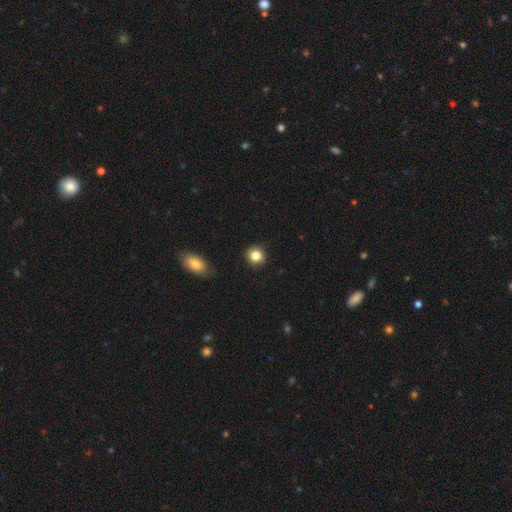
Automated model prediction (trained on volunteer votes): This is clearly a smooth galaxy (84%). How rounded: clearly round (87%). Merging: clearly none (90%).